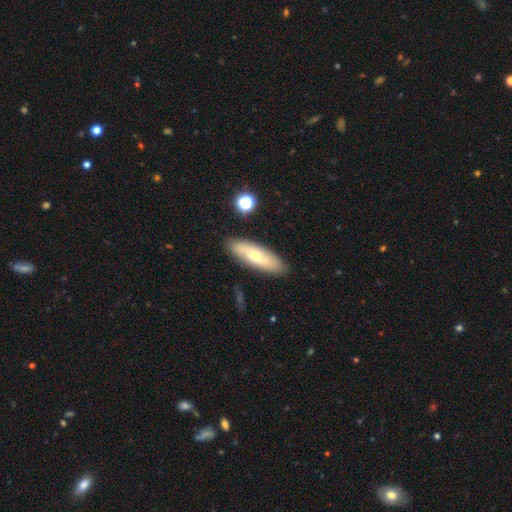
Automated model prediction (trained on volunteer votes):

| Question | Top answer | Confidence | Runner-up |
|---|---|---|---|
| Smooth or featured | smooth | 54% | featured or disk (39%) |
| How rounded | in between | 53% | cigar-shaped (44%) |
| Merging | none | 87% | minor disturbance (9%) |